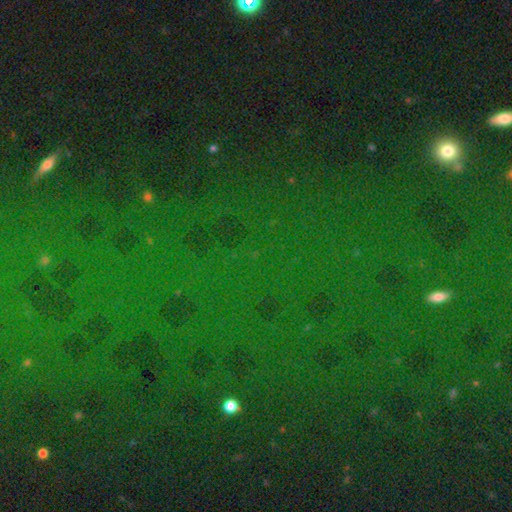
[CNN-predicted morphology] smooth-or-featured: star or artifact: 78% | smooth: 13% | featured or disk: 9%